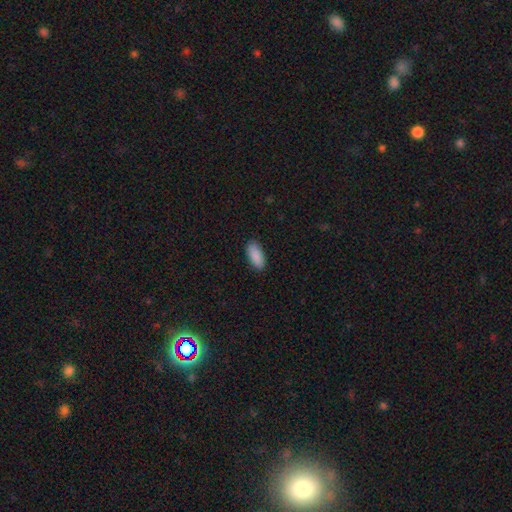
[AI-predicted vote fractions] Smooth or featured? smooth (90%)
How rounded? in between (87%)
Merging? none (88%)